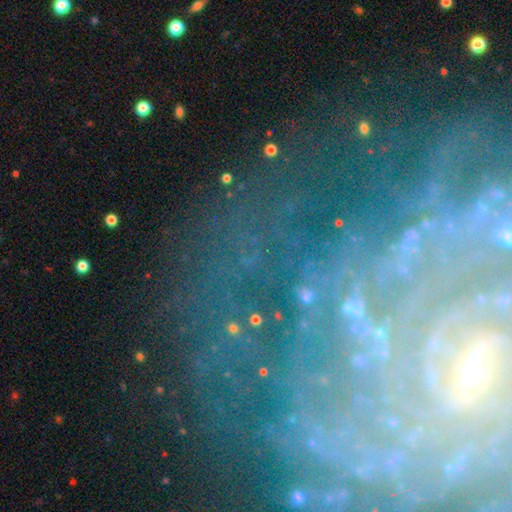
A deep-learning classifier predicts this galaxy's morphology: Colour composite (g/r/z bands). It shows a featured or disk galaxy (59%) with no bar (55%), spiral arms (77%) and a small central bulge (55%). Merging: none (62%).